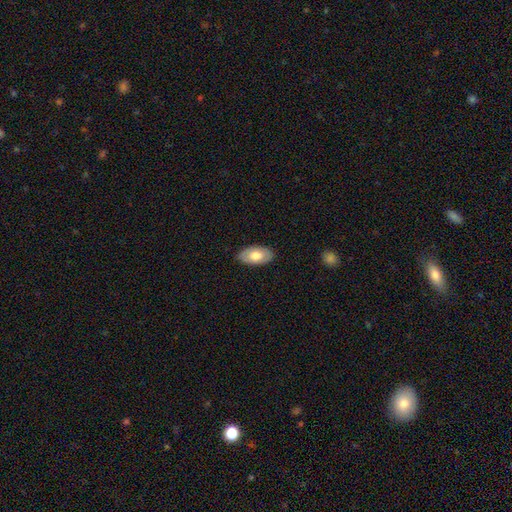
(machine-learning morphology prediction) type=smooth (67%); roundness=in between (94%); merging=none (86%).